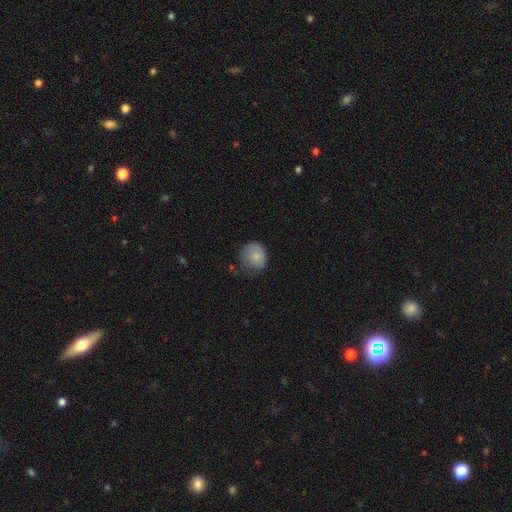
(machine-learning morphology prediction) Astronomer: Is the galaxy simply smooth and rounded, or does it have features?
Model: smooth — 81%.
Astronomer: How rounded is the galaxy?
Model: round — 81%.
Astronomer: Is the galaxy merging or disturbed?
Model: none — 58%.